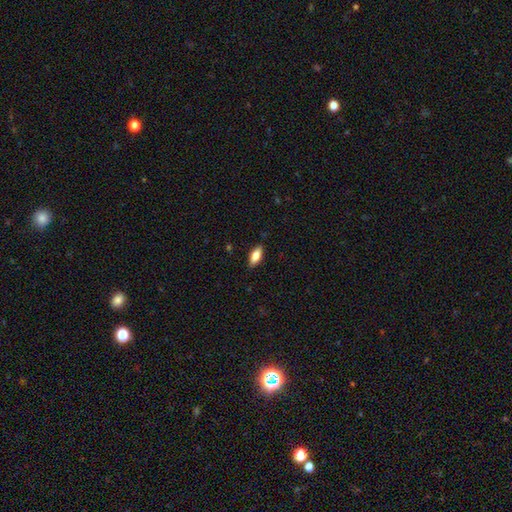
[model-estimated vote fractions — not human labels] smooth_or_featured: smooth (p=0.73) [alt: featured or disk p=0.20]
how_rounded: in between (p=0.79) [alt: cigar-shaped p=0.19]
merging: none (p=0.87) [alt: minor disturbance p=0.10]